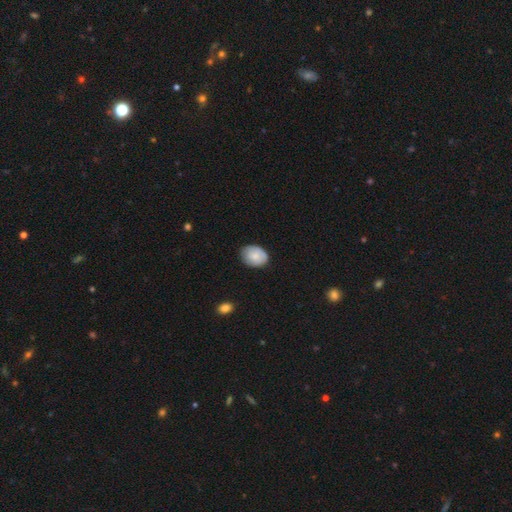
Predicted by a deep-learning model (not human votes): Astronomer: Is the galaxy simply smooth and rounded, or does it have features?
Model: smooth — 78%.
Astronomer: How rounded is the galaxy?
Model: in between — 62%.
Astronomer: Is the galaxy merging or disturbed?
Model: none — 76%.